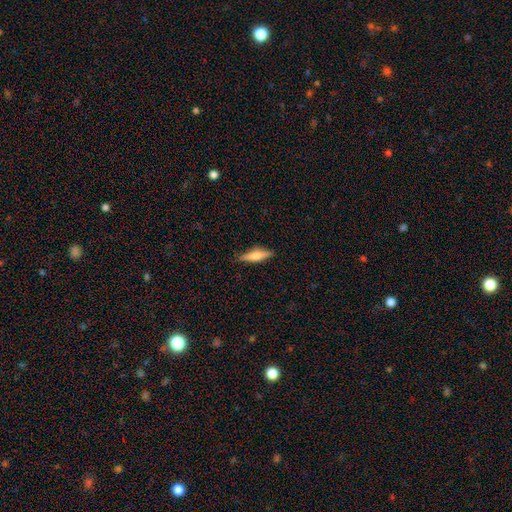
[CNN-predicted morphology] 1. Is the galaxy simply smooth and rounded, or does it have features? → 53% smooth, 40% featured or disk, 7% star or artifact.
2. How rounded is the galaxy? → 70% cigar-shaped, 27% in between, 2% round.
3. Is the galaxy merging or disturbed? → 87% none, 10% minor disturbance, 2% major disturbance, 1% merger.